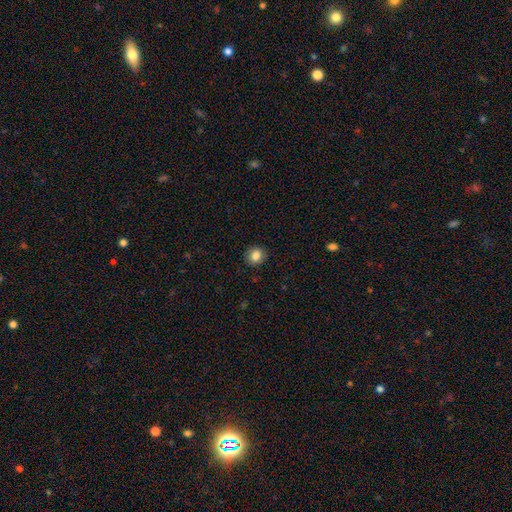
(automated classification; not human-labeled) The model was most divided on "how rounded": round: 77%, in between: 22%, cigar-shaped: 1%. More confident: merging — none (88%); smooth or featured — smooth (85%).